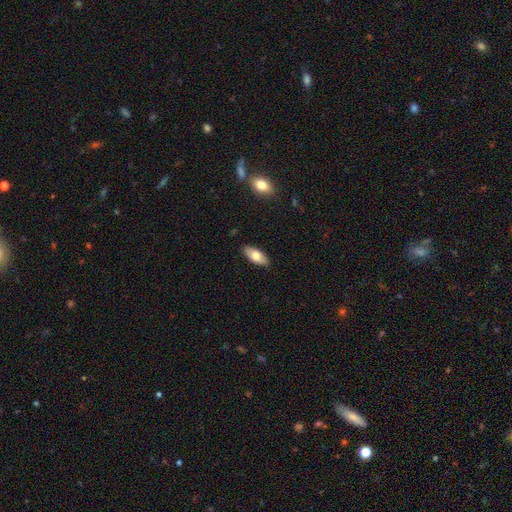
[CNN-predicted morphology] A smooth galaxy with no disk features (73%) that is in between round and cigar-shaped (85%).

Vote fractions:
- Smooth or featured? smooth: 73% / featured or disk: 21% / star or artifact: 6%
- How rounded? in between: 85% / cigar-shaped: 12% / round: 2%
- Merging? none: 88% / minor disturbance: 9% / major disturbance: 2% / merger: 1%